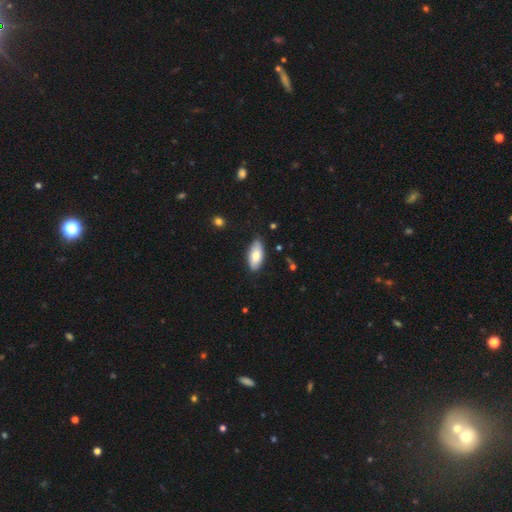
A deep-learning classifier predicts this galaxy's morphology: The model was most divided on "smooth or featured": smooth: 76%, featured or disk: 19%, star or artifact: 6%. More confident: how rounded — in between (91%); merging — none (82%).